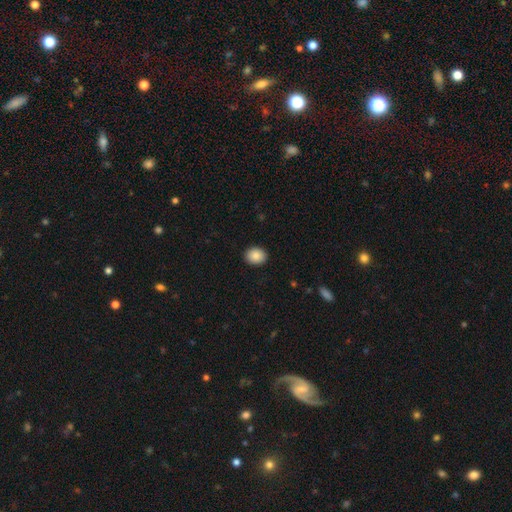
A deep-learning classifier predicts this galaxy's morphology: smooth_or_featured: smooth (p=0.87) [alt: star or artifact p=0.08]
how_rounded: in between (p=0.50) [alt: round p=0.49]
merging: none (p=0.91) [alt: minor disturbance p=0.07]